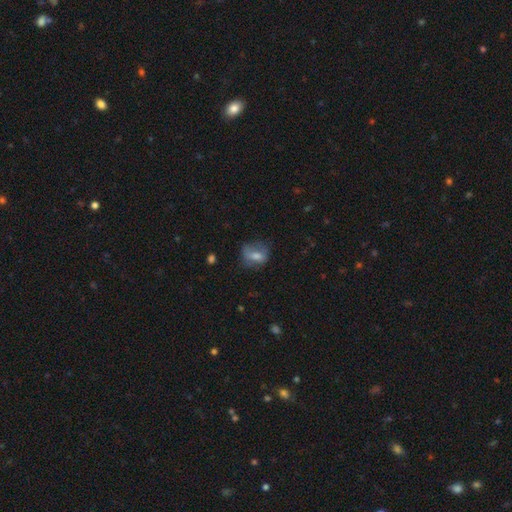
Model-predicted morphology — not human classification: The model was most divided on "how rounded": in between: 58%, round: 40%, cigar-shaped: 2%. Remaining: smooth or featured — smooth (65%); merging — none (48%).